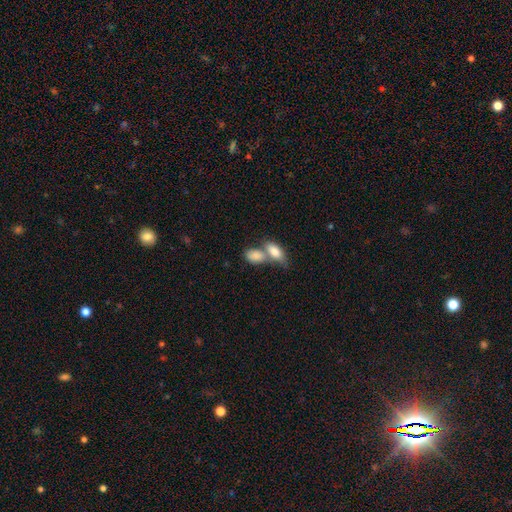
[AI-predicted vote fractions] A smooth galaxy with no disk features (82%) that is in between round and cigar-shaped (87%).

Vote fractions:
- Smooth or featured? smooth: 82% / featured or disk: 11% / star or artifact: 7%
- How rounded? in between: 87% / round: 8% / cigar-shaped: 4%
- Merging? merger: 61% / none: 26% / minor disturbance: 9% / major disturbance: 4%